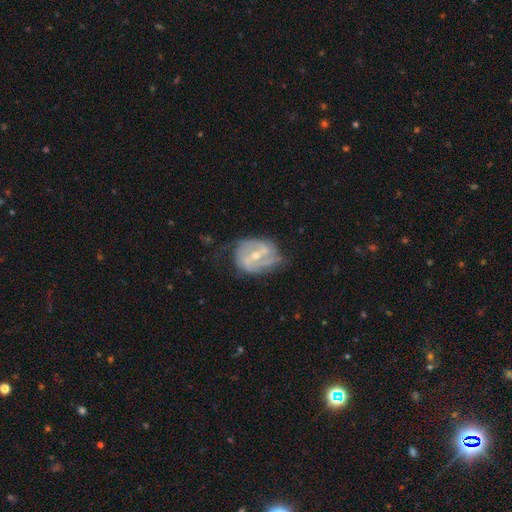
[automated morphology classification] Smooth or featured? Predicted: featured or disk (p=0.81). Edge-on disk? Predicted: no (p=0.97). Bar? Predicted: weak (p=0.47). Spiral arms? Predicted: yes (p=0.88). Spiral winding? Predicted: medium (p=0.43). Spiral arm count? Predicted: 2 (p=0.57). Bulge size? Predicted: small (p=0.51). Merging? Predicted: none (p=0.59).